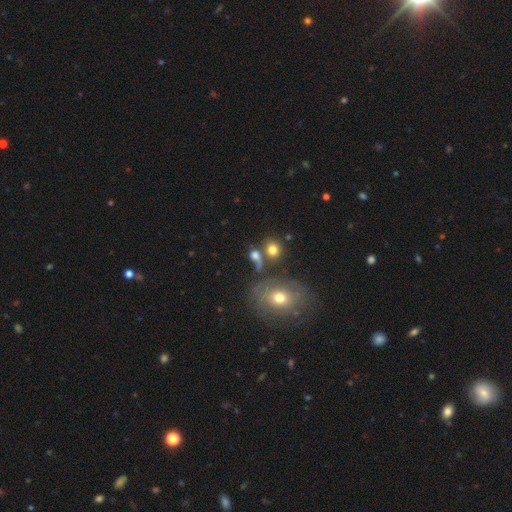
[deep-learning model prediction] smooth 71%, star or artifact 15%, featured or disk 14%. Down the decision tree: how rounded — round (64%); merging — none (50%).